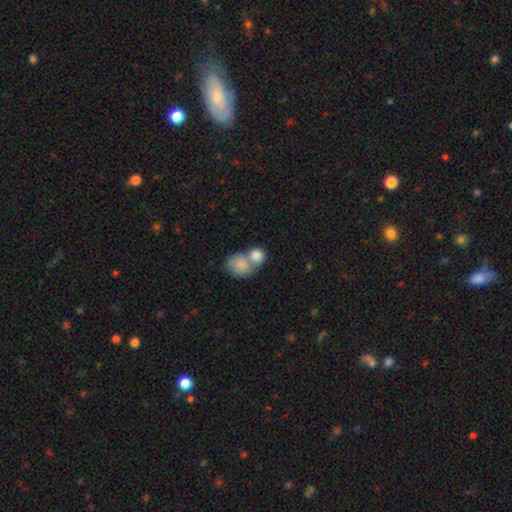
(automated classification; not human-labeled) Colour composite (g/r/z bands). It shows a smooth galaxy with no disk features (82%) that is round (58%). Merging: merger (67%).